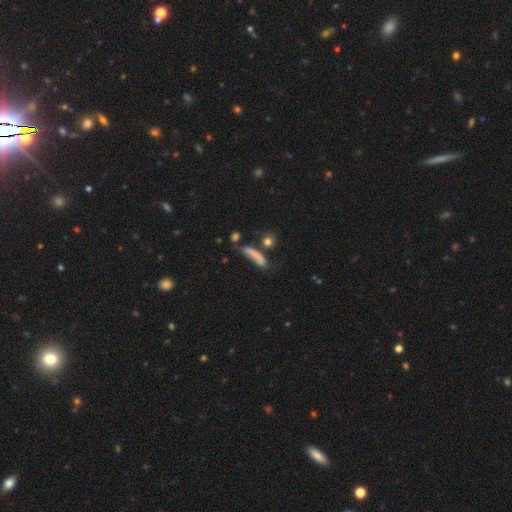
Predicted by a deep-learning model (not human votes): This appears to be a smooth galaxy with no disk features (70%) that is cigar-shaped (70%). Merging: none (45%).